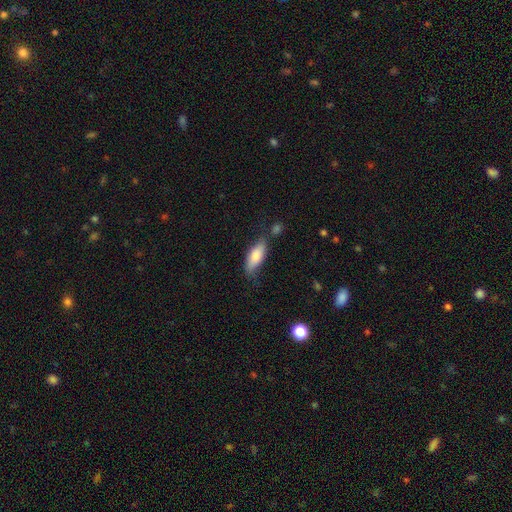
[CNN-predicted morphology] smooth_or_featured: smooth (p=0.73) [alt: featured or disk p=0.20]
how_rounded: in between (p=0.74) [alt: cigar-shaped p=0.24]
merging: none (p=0.60) [alt: minor disturbance p=0.27]